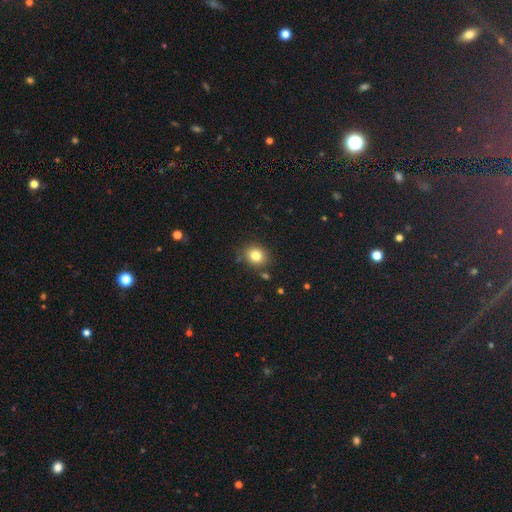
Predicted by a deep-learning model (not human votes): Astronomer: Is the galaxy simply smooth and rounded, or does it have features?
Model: smooth — 81%.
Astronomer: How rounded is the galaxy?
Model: round — 70%.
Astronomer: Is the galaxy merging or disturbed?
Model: none — 83%.